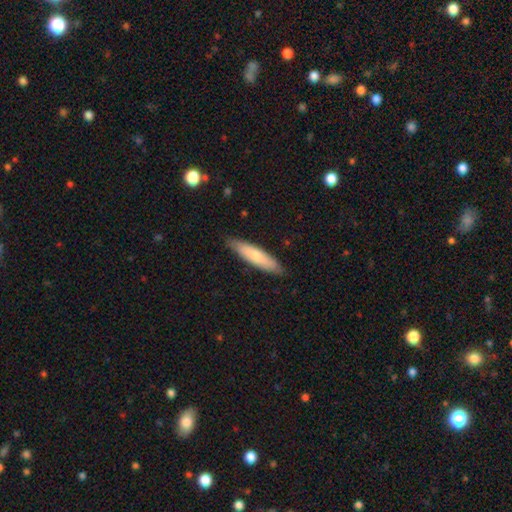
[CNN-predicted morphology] The model was most divided on "smooth or featured": smooth: 71%, featured or disk: 24%, star or artifact: 5%. More confident: merging — none (86%); how rounded — cigar-shaped (77%).